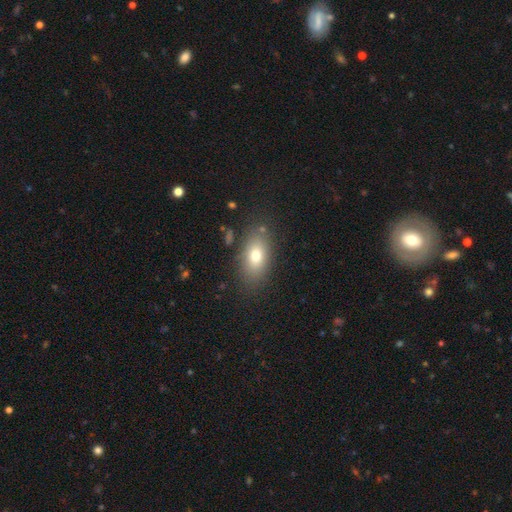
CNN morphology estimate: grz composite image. It shows a smooth galaxy with no disk features (75%) that is in between round and cigar-shaped (86%). Merging: none (81%).